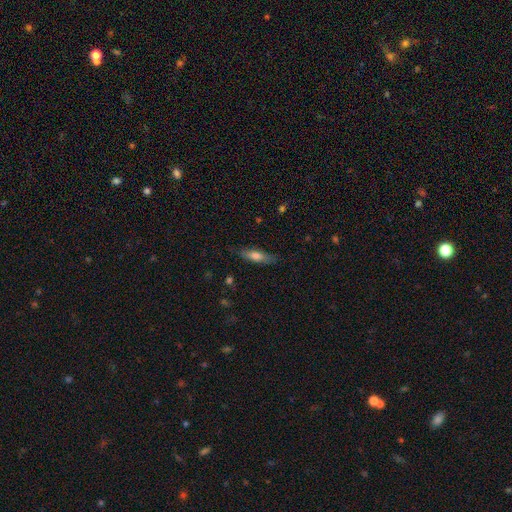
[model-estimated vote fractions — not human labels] A smooth galaxy with no disk features (66%) that is cigar-shaped (62%).

Vote fractions:
- Smooth or featured? smooth: 66% / featured or disk: 27% / star or artifact: 7%
- How rounded? cigar-shaped: 62% / in between: 36% / round: 2%
- Merging? none: 81% / minor disturbance: 14% / major disturbance: 3% / merger: 1%